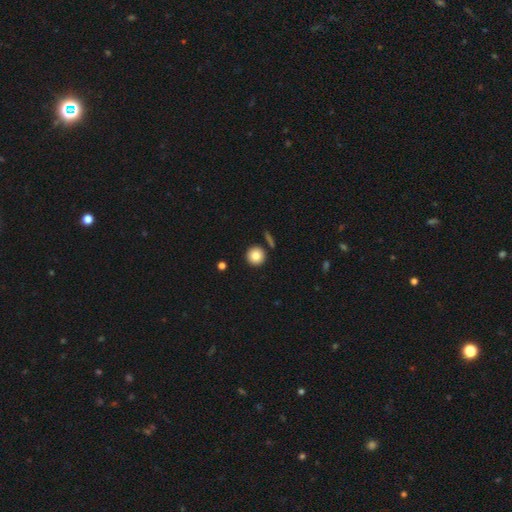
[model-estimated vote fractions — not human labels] A smooth galaxy with no disk features (82%) that is round (94%).

Vote fractions:
- Smooth or featured? smooth: 82% / star or artifact: 10% / featured or disk: 8%
- How rounded? round: 94% / in between: 4% / cigar-shaped: 1%
- Merging? none: 88% / minor disturbance: 6% / merger: 4% / major disturbance: 2%